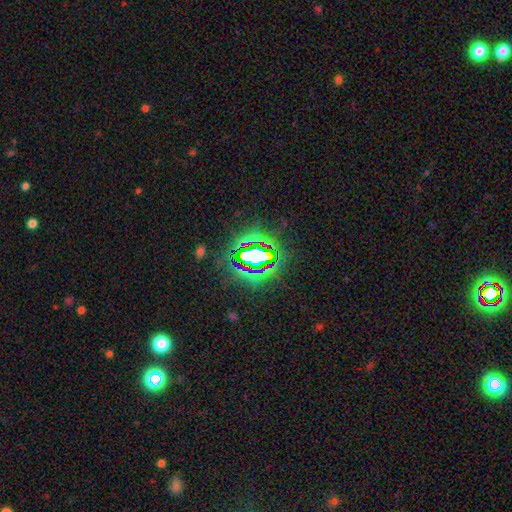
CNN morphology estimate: smooth-or-featured: star or artifact: 71% | smooth: 16% | featured or disk: 13%